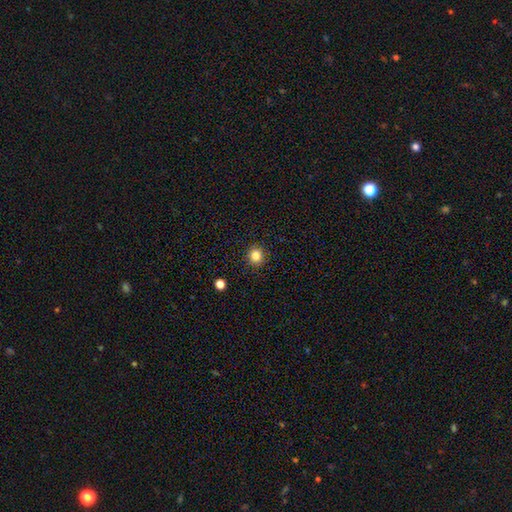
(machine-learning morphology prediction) Smooth or featured? smooth (83%)
How rounded? round (90%)
Merging? none (91%)